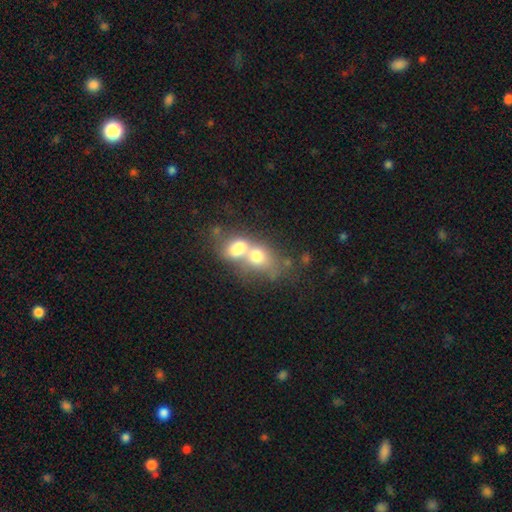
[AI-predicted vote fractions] Morphology: type=smooth (62%); roundness=in between (57%); merging=merger (75%).